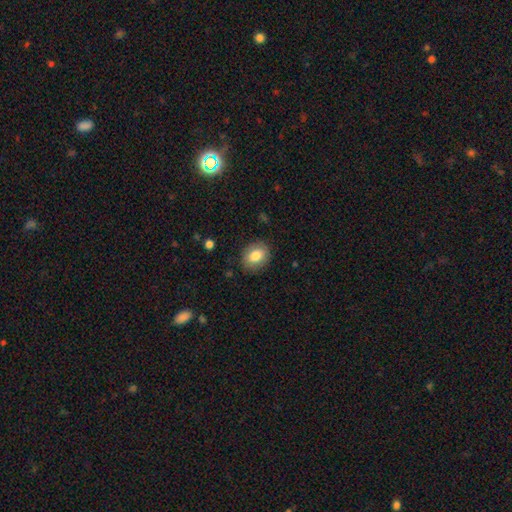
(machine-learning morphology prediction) type=smooth (81%); roundness=in between (50%); merging=none (86%).